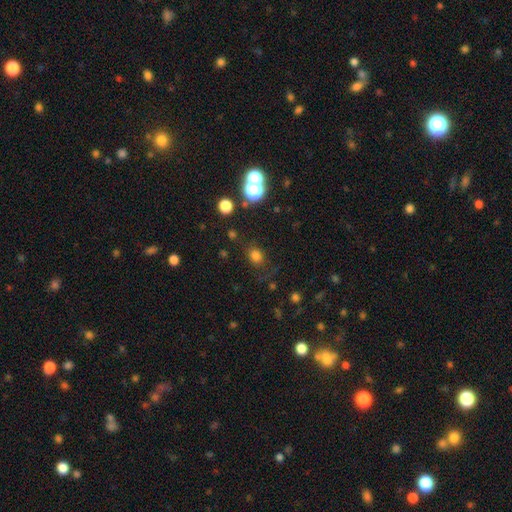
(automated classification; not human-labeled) Smooth or featured? smooth (74%)
How rounded? round (66%)
Merging? none (75%)